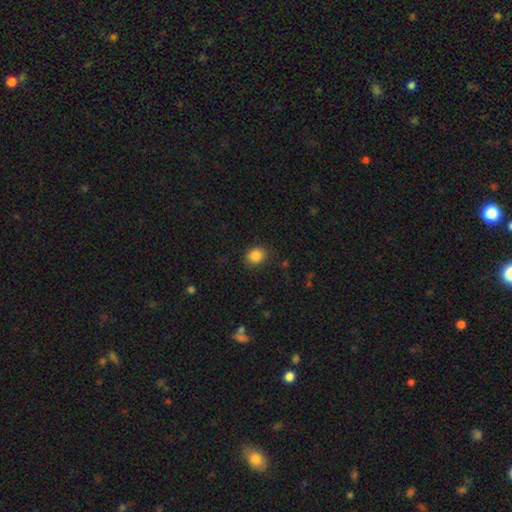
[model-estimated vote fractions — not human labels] A smooth galaxy with no disk features (86%) that is round (68%). Merging: none (83%).